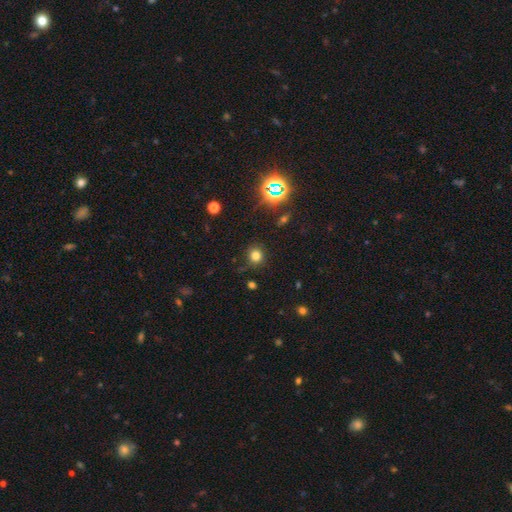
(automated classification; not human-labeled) smooth 75%, star or artifact 19%, featured or disk 6%. Down the decision tree: how rounded — round (87%); merging — none (84%).